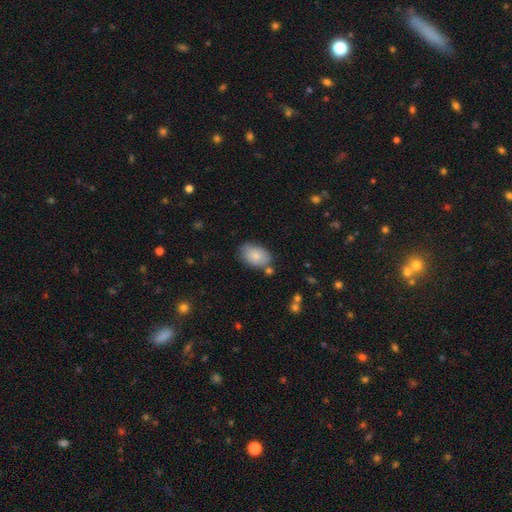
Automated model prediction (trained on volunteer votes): This appears to be a smooth galaxy with no disk features (85%) that is in between round and cigar-shaped (90%). Merging: none (71%).